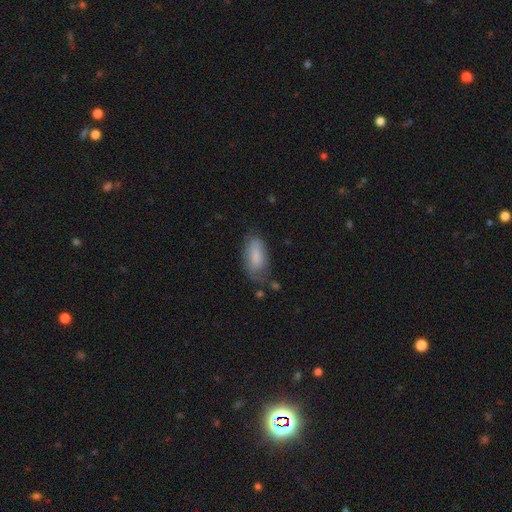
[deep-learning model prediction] smooth_or_featured: smooth (p=0.73) [alt: featured or disk p=0.20]
how_rounded: in between (p=0.91) [alt: cigar-shaped p=0.06]
merging: none (p=0.55) [alt: minor disturbance p=0.30]